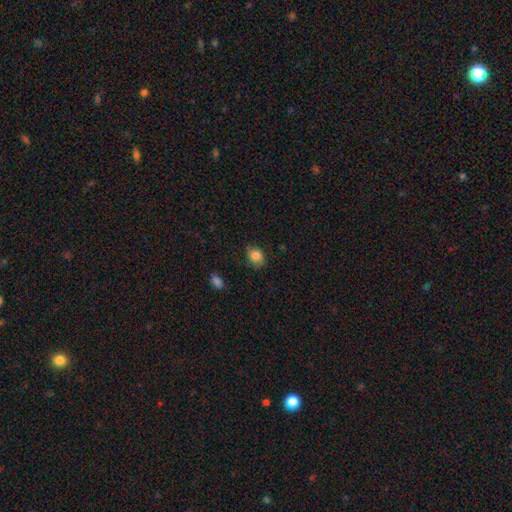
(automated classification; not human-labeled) This appears to be a smooth galaxy with no disk features (84%) that is in between round and cigar-shaped (51%). Merging: none (76%).